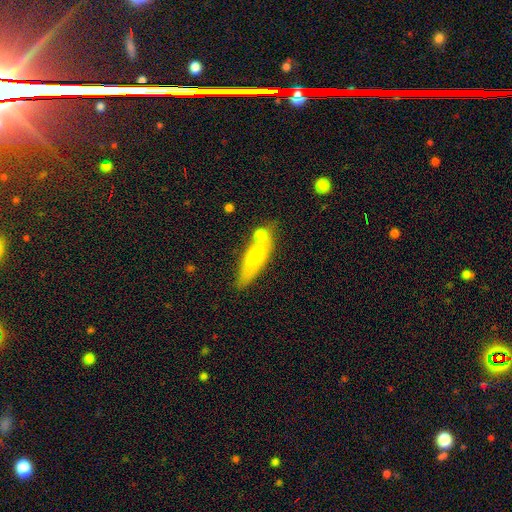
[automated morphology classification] The model was most divided on "how rounded": cigar-shaped: 55%, in between: 42%, round: 3%. More confident: smooth or featured — smooth (64%); merging — none (55%).